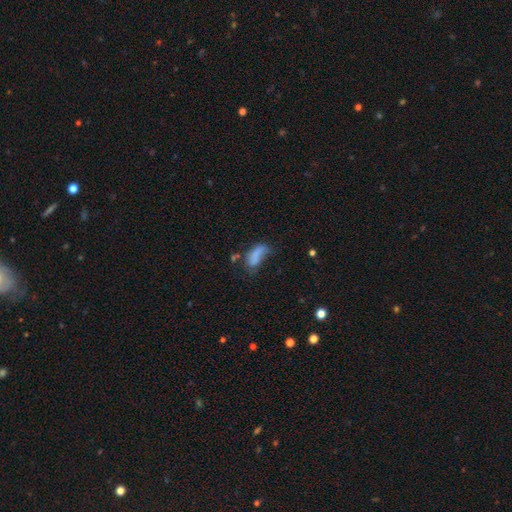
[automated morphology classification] Q: Smooth or featured?
A: smooth (69%); runner-up: featured or disk (19%)
Q: How rounded?
A: in between (84%); runner-up: cigar-shaped (12%)
Q: Merging?
A: major disturbance (36%); runner-up: none (28%)